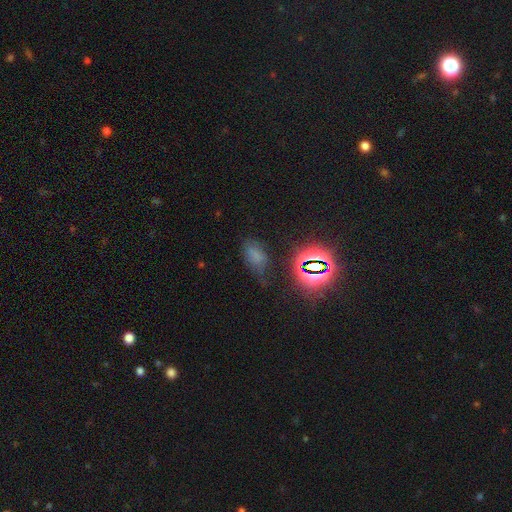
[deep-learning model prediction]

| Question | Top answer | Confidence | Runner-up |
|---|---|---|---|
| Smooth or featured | smooth | 55% | star or artifact (34%) |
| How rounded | in between | 87% | round (9%) |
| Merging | none | 56% | minor disturbance (27%) |